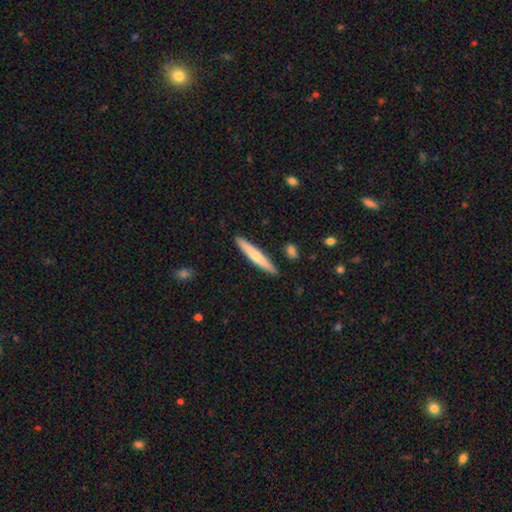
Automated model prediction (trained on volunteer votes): Overall: smooth (60%; featured or disk 34%). How rounded: cigar-shaped (94%). Merging: none (90%).